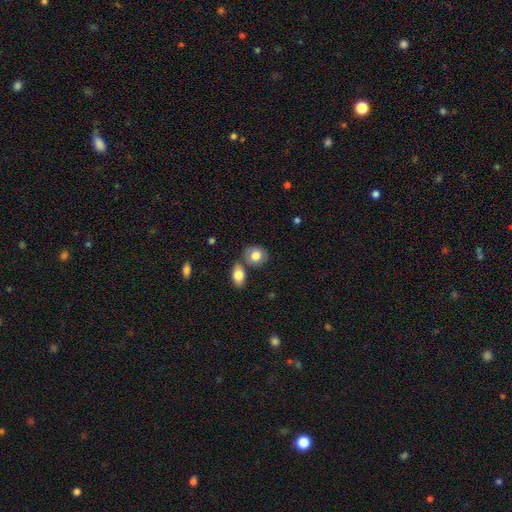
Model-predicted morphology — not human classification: smooth_or_featured: smooth (p=0.79) [alt: featured or disk p=0.14]
how_rounded: round (p=0.54) [alt: in between p=0.45]
merging: none (p=0.61) [alt: merger p=0.21]